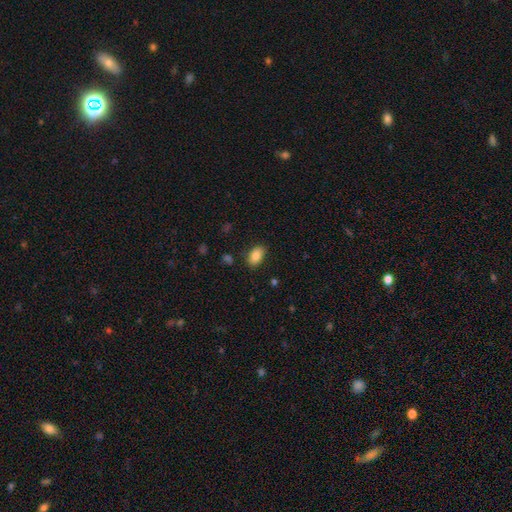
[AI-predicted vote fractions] smooth-or-featured: smooth: 84% | star or artifact: 8% | featured or disk: 8%
  how-rounded: in between: 89% | round: 9% | cigar-shaped: 2%
  merging: none: 83% | minor disturbance: 12% | major disturbance: 3% | merger: 2%